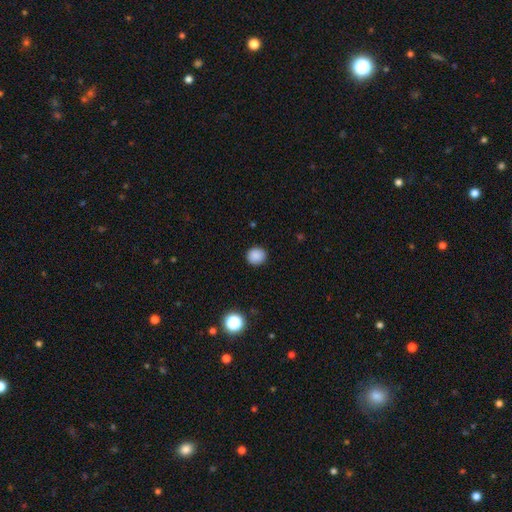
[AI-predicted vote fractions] Q: Smooth or featured?
A: smooth (87%); runner-up: star or artifact (10%)
Q: How rounded?
A: round (87%); runner-up: in between (12%)
Q: Merging?
A: none (91%); runner-up: minor disturbance (6%)